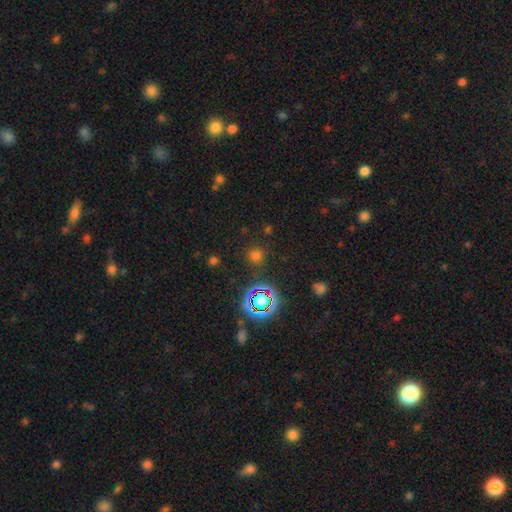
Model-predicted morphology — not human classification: Q: Smooth or featured?
A: smooth (63%); runner-up: star or artifact (31%)
Q: How rounded?
A: round (92%); runner-up: in between (6%)
Q: Merging?
A: none (86%); runner-up: minor disturbance (8%)